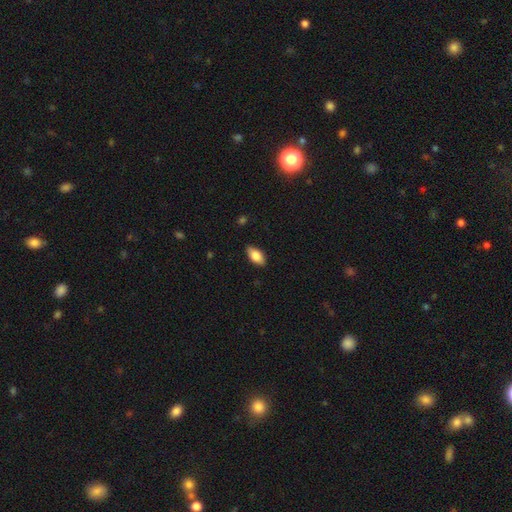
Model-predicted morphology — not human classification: smooth 83%, featured or disk 10%, star or artifact 7%. Down the decision tree: how rounded — in between (92%); merging — none (86%).